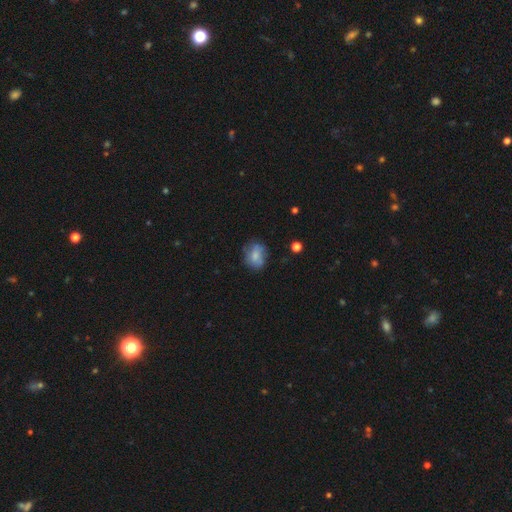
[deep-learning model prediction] Morphology: type=smooth (61%); roundness=in between (52%); merging=none (59%).